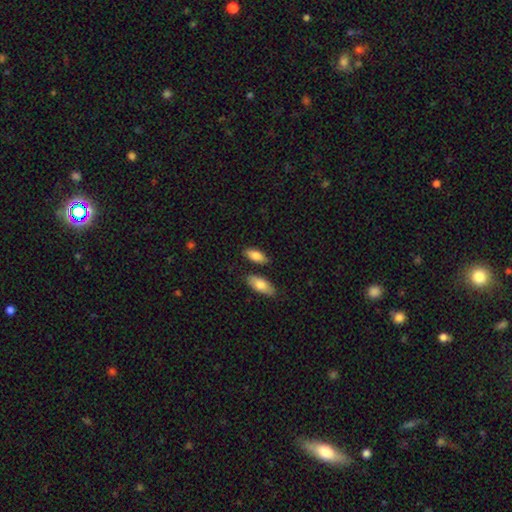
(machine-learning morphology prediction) A smooth galaxy with no disk features (82%) that is in between round and cigar-shaped (83%). Merging: none (76%).